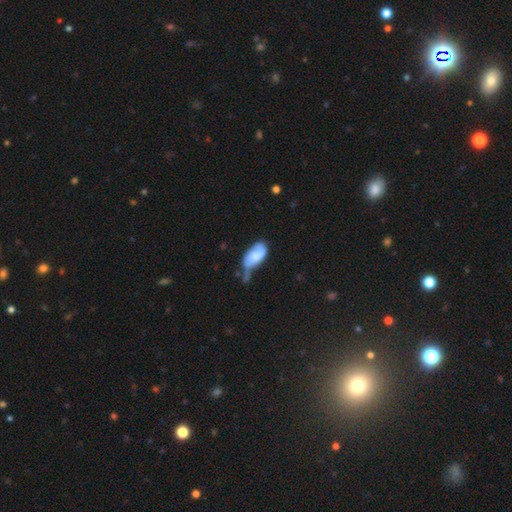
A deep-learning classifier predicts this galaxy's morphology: This is likely a smooth galaxy (64%). How rounded: clearly in between (92%). Merging: marginally minor disturbance (33%).